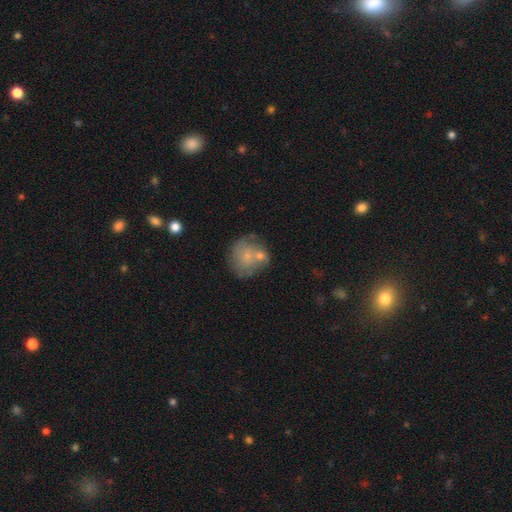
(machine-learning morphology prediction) The model was most divided on "merging": none: 43%, merger: 31%, minor disturbance: 18%, major disturbance: 8%. More confident: how rounded — round (77%); smooth or featured — smooth (58%).